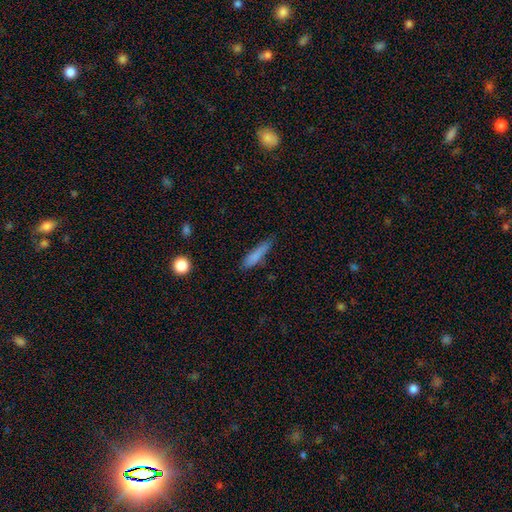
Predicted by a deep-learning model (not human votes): This appears to be a smooth galaxy with no disk features (80%) that is cigar-shaped (78%). Merging: none (60%).